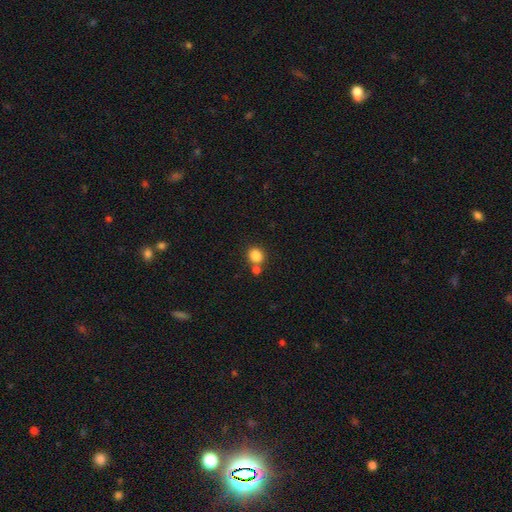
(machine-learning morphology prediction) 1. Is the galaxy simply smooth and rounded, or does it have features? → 85% smooth, 10% star or artifact, 5% featured or disk.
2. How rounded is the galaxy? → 73% round, 26% in between, 1% cigar-shaped.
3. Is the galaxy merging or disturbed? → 63% none, 25% merger, 9% minor disturbance, 3% major disturbance.